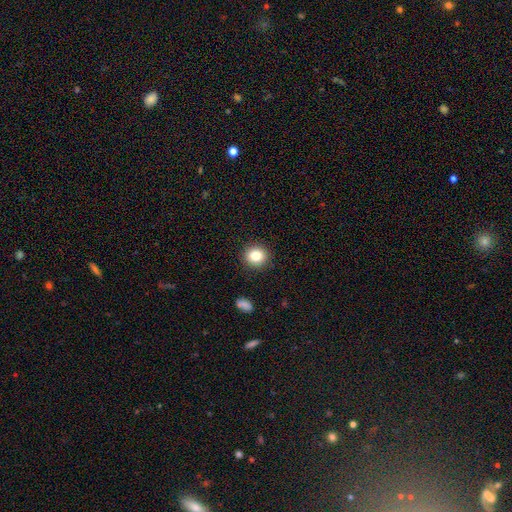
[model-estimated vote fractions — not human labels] Smooth or featured?
  - smooth: 84% *
  - star or artifact: 10%
  - featured or disk: 6%
How rounded?
  - round: 87% *
  - in between: 12%
  - cigar-shaped: 1%
Merging?
  - none: 91% *
  - minor disturbance: 6%
  - major disturbance: 2%
  - merger: 1%